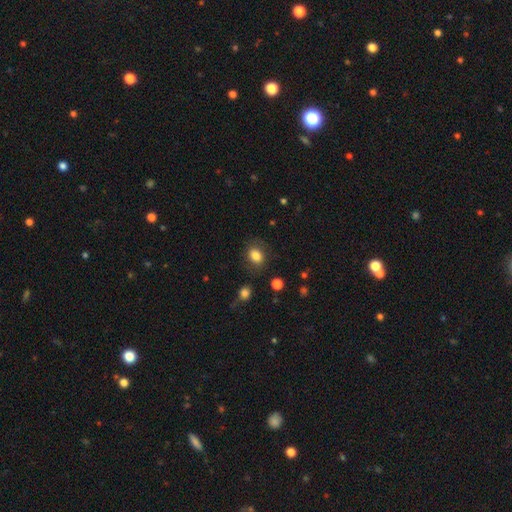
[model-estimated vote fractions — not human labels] Smooth or featured? smooth (81%)
How rounded? in between (59%)
Merging? none (74%)